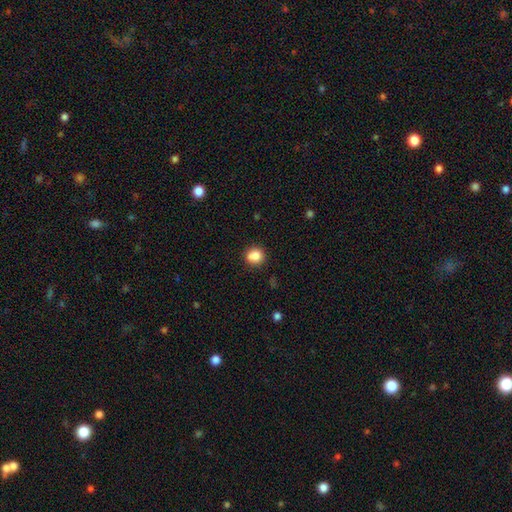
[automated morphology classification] smooth-or-featured: smooth: 84% | star or artifact: 10% | featured or disk: 6%
  how-rounded: round: 83% | in between: 16% | cigar-shaped: 1%
  merging: none: 74% | minor disturbance: 15% | merger: 8% | major disturbance: 4%